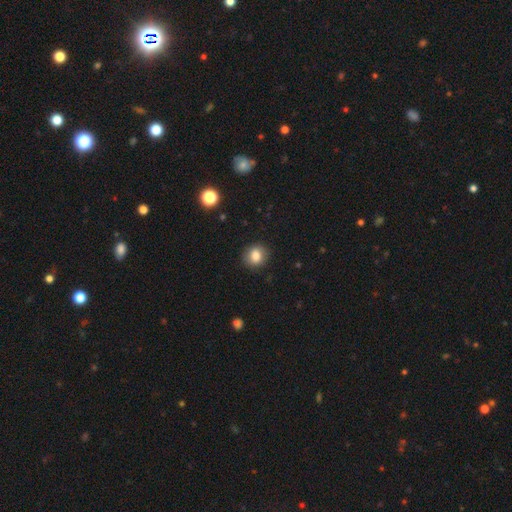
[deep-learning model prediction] Smooth or featured?
  - smooth: 83% *
  - star or artifact: 10%
  - featured or disk: 7%
How rounded?
  - round: 76% *
  - in between: 23%
  - cigar-shaped: 1%
Merging?
  - none: 88% *
  - minor disturbance: 8%
  - major disturbance: 2%
  - merger: 1%